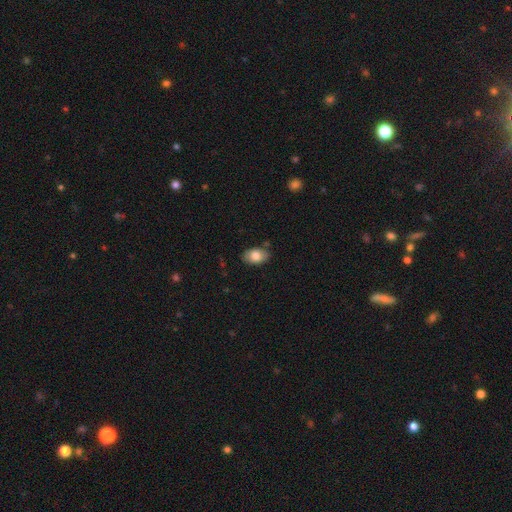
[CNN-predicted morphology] type=smooth (81%); roundness=in between (89%); merging=none (82%).